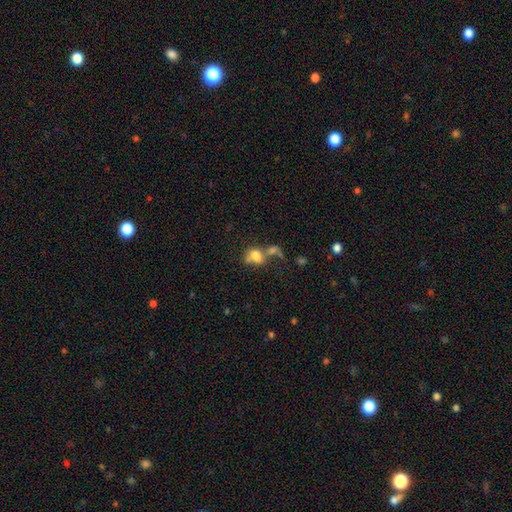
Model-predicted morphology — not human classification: smooth_or_featured: smooth (p=0.69) [alt: featured or disk p=0.19]
how_rounded: in between (p=0.60) [alt: round p=0.38]
merging: merger (p=0.50) [alt: none p=0.23]